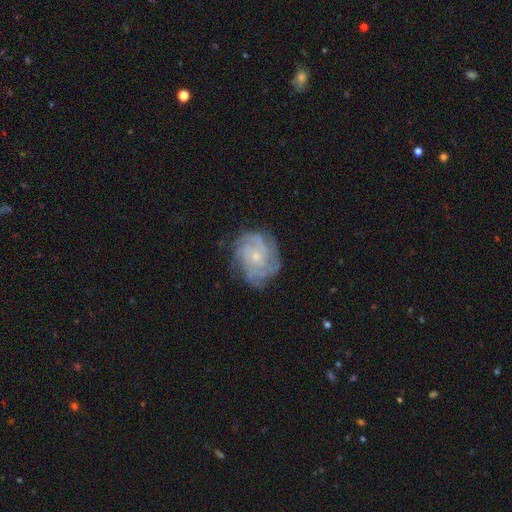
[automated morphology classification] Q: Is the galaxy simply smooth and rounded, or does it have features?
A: featured or disk — 81%.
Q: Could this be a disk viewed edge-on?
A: no — 98%.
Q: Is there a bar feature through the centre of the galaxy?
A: no — 74%.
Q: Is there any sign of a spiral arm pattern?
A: yes — 96%.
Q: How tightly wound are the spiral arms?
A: tight — 66%.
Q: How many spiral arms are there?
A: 4 — 30%.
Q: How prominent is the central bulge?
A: small — 72%.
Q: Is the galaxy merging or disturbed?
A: none — 77%.